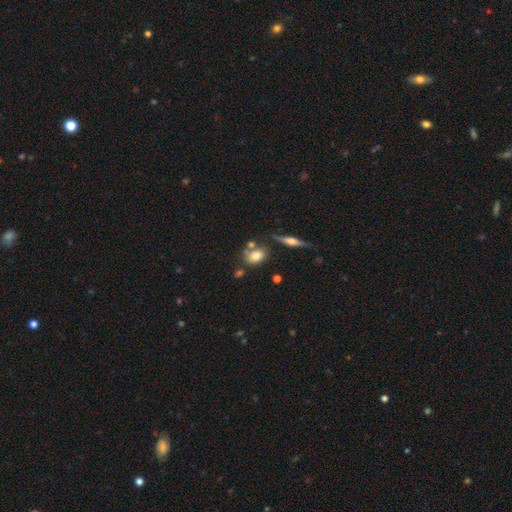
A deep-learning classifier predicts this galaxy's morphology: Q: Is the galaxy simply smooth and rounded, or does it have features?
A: smooth — 77%.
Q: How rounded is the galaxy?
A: in between — 75%.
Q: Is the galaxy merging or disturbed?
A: none — 59%.